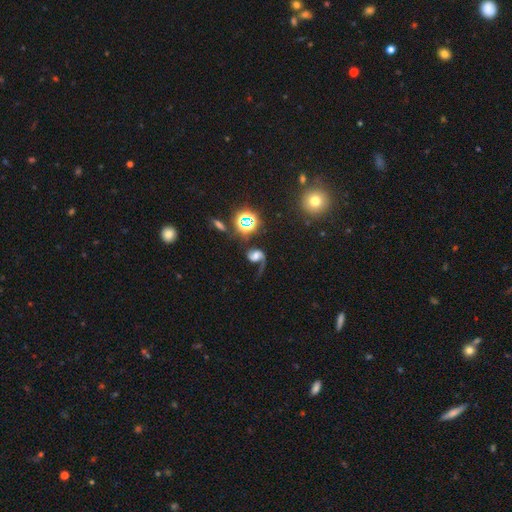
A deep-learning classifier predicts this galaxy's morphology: smooth-or-featured: featured or disk: 61% | smooth: 21% | star or artifact: 17%
  disk-edge-on: no: 97% | yes: 3%
    bar: no: 56% | weak: 30% | strong: 14%
    has-spiral-arms: yes: 89% | no: 11%
      spiral-winding: loose: 71% | medium: 22% | tight: 7%
      spiral-arm-count: 1: 55% | 2: 40% | can't tell: 3% | 3: 1% | 4: 1% | more than 4: 1%
    bulge-size: moderate: 33% | large: 24% | small: 20% | none: 14% | dominant: 9%
  merging: major disturbance: 39% | none: 35% | minor disturbance: 15% | merger: 10%